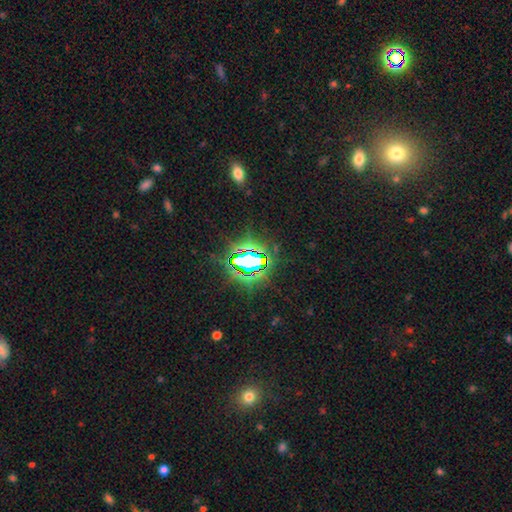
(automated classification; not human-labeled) Q: Smooth or featured?
A: star or artifact (78%); runner-up: smooth (14%)